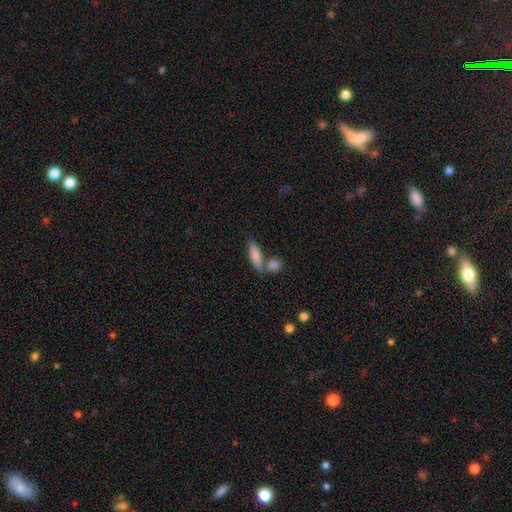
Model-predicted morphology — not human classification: A smooth galaxy with no disk features (81%) that is in between round and cigar-shaped (50%).

Vote fractions:
- Smooth or featured? smooth: 81% / featured or disk: 13% / star or artifact: 6%
- How rounded? in between: 50% / cigar-shaped: 46% / round: 4%
- Merging? none: 55% / merger: 28% / minor disturbance: 12% / major disturbance: 4%